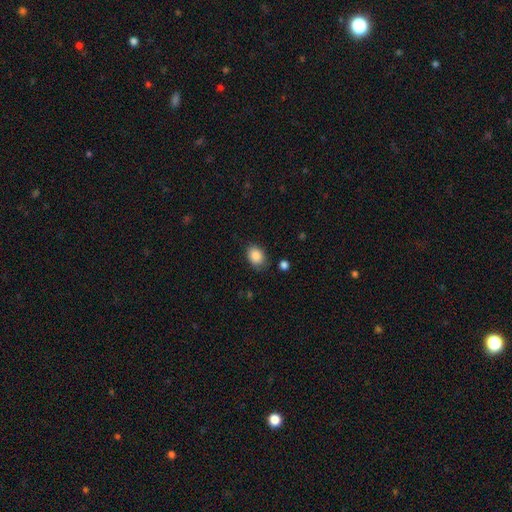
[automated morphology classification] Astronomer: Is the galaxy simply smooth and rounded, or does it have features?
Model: smooth — 88%.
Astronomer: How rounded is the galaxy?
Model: in between — 66%.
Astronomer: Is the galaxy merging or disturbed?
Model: none — 77%.